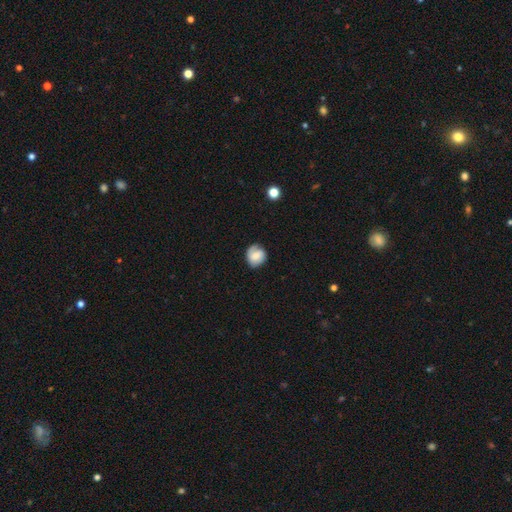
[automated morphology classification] smooth 53%, featured or disk 38%, star or artifact 8%. Down the decision tree: how rounded — round (77%); merging — none (71%).